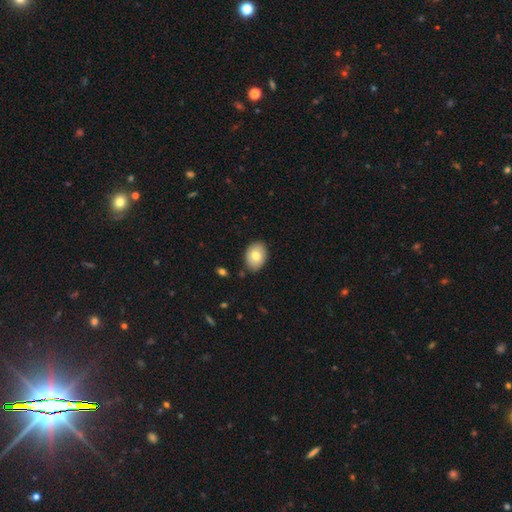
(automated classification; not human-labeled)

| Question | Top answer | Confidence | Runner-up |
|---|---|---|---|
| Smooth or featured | smooth | 76% | featured or disk (17%) |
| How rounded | in between | 75% | round (24%) |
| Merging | none | 84% | minor disturbance (12%) |